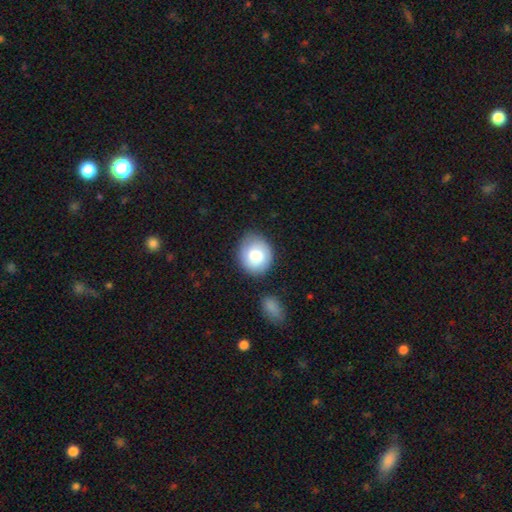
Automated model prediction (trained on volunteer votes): Morphology: type=smooth (74%); roundness=round (66%); merging=none (76%).